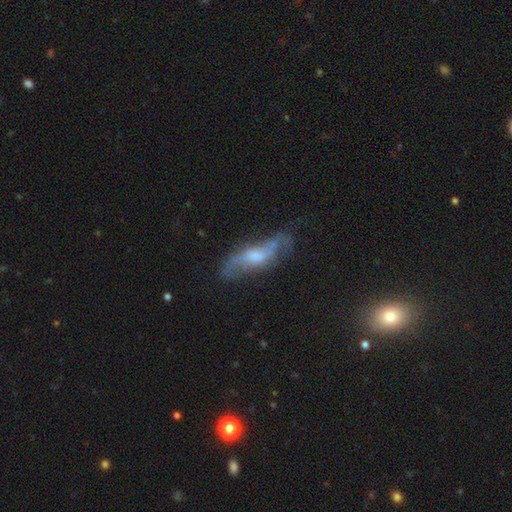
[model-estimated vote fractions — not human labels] featured or disk 65%, smooth 27%, star or artifact 8%. Down the decision tree: edge-on disk — no (68%); merging — none (58%).